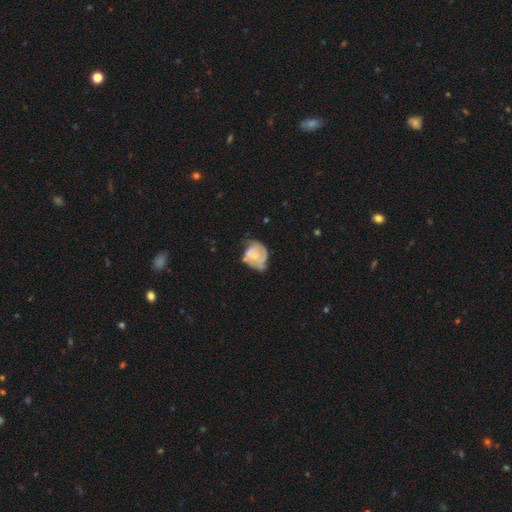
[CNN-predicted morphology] smooth_or_featured: featured or disk (p=0.63) [alt: smooth p=0.30]
disk_edge_on: no (p=0.98) [alt: yes p=0.02]
bar: no (p=0.73) [alt: weak p=0.23]
has_spiral_arms: yes (p=0.69) [alt: no p=0.31]
bulge_size: small (p=0.52) [alt: moderate p=0.31]
merging: none (p=0.36) [alt: minor disturbance p=0.32]